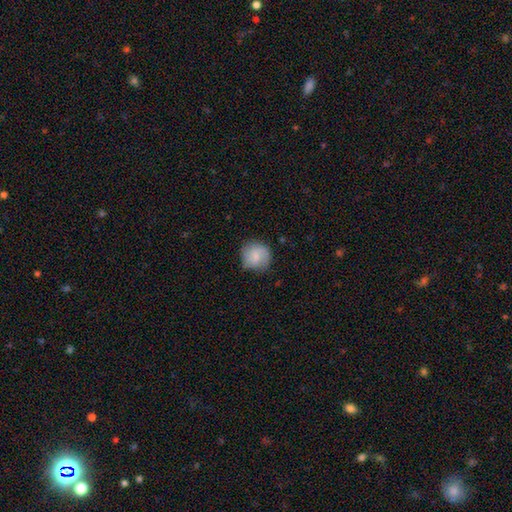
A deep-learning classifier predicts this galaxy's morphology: Smooth or featured? smooth (75%)
How rounded? round (90%)
Merging? none (71%)